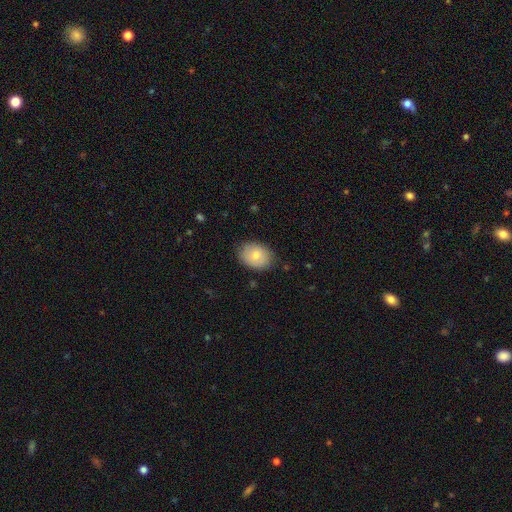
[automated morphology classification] Overall: smooth (77%). How rounded: in between (61%; round 38%). Merging: none (82%).